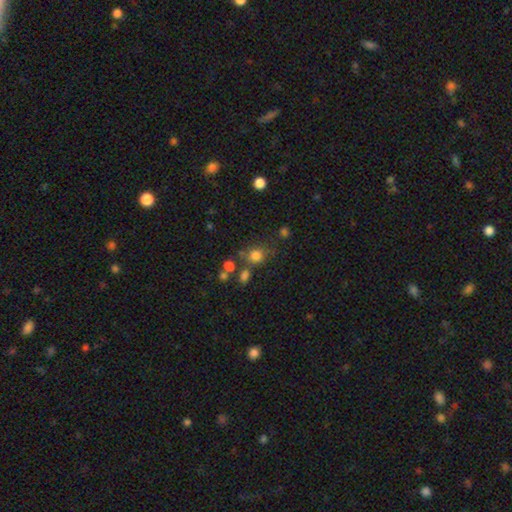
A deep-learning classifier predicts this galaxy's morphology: Q: Smooth or featured?
A: smooth (77%); runner-up: star or artifact (15%)
Q: How rounded?
A: round (75%); runner-up: in between (24%)
Q: Merging?
A: none (63%); runner-up: minor disturbance (15%)